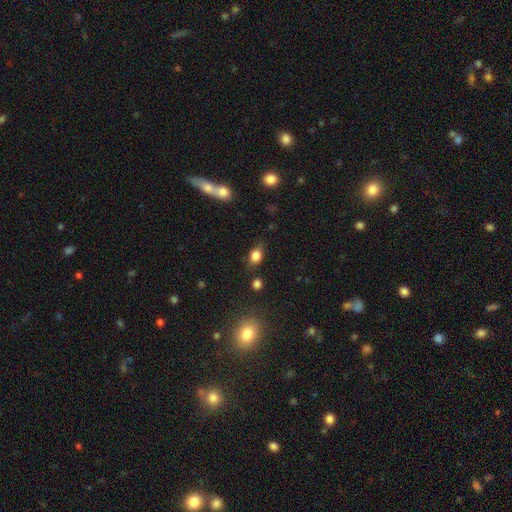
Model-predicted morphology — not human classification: The model was most divided on "how rounded": in between: 71%, round: 25%, cigar-shaped: 3%. More confident: smooth or featured — smooth (81%); merging — none (73%).